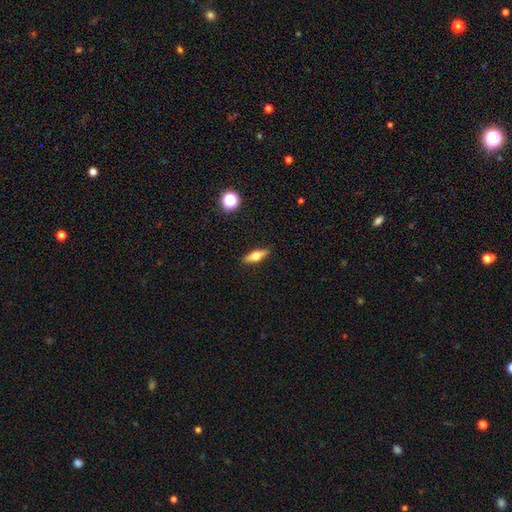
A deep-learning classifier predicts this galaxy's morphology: smooth 47%, featured or disk 46%, star or artifact 8%. Down the decision tree: merging — none (90%).